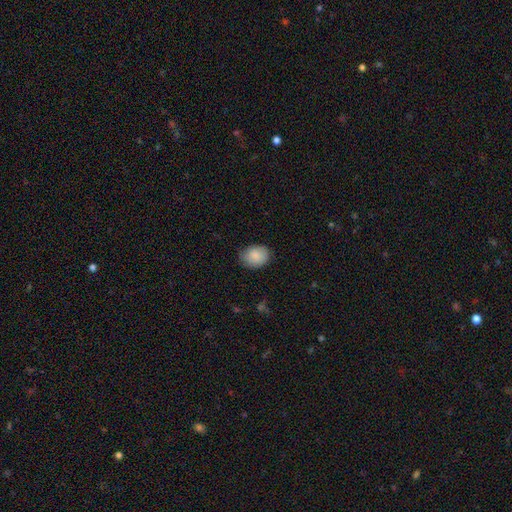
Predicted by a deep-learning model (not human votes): A smooth galaxy with no disk features (87%) that is in between round and cigar-shaped (52%). Merging: none (71%).